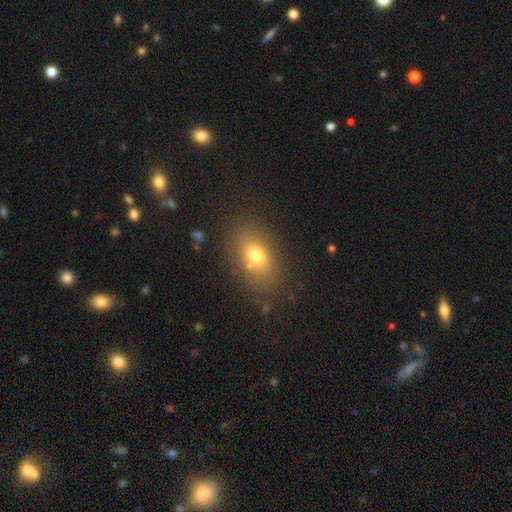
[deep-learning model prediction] Morphology: type=smooth (72%); roundness=in between (79%); merging=none (80%).